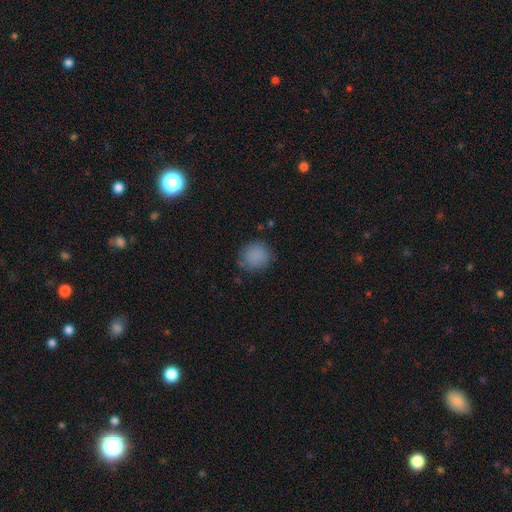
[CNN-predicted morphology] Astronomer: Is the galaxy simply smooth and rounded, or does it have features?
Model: smooth — 85%.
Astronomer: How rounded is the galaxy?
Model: round — 85%.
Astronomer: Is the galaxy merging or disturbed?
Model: none — 79%.